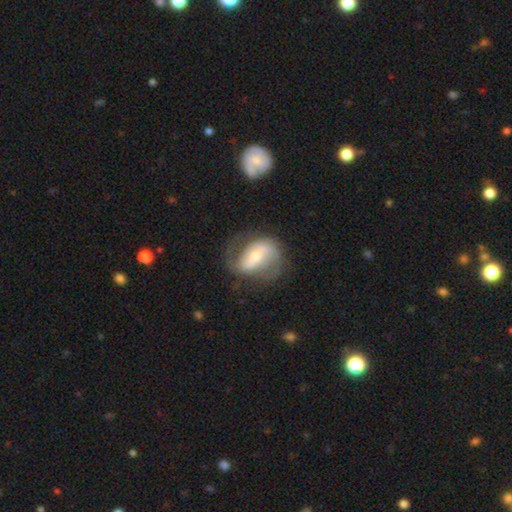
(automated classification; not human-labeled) Smooth or featured? Predicted: featured or disk (p=0.73). Edge-on disk? Predicted: no (p=0.95). Bar? Predicted: strong (p=0.45). Spiral arms? Predicted: yes (p=0.83). Spiral winding? Predicted: medium (p=0.44). Spiral arm count? Predicted: 2 (p=0.80). Bulge size? Predicted: moderate (p=0.49). Merging? Predicted: none (p=0.60).